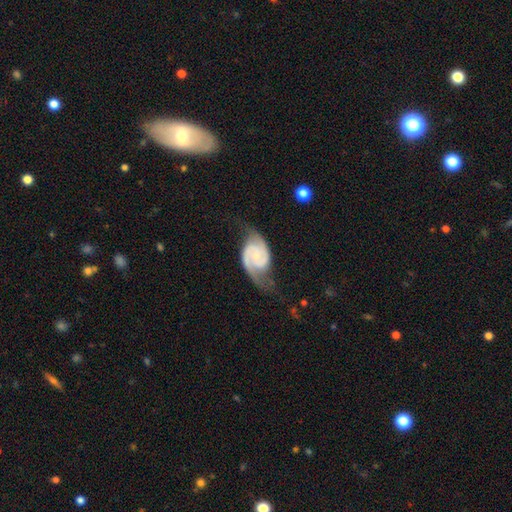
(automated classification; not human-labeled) Smooth or featured? Predicted: featured or disk (p=0.88). Edge-on disk? Predicted: no (p=0.98). Bar? Predicted: no (p=0.61). Spiral arms? Predicted: yes (p=0.97). Spiral winding? Predicted: medium (p=0.47). Spiral arm count? Predicted: 2 (p=0.91). Bulge size? Predicted: small (p=0.61). Merging? Predicted: none (p=0.60).